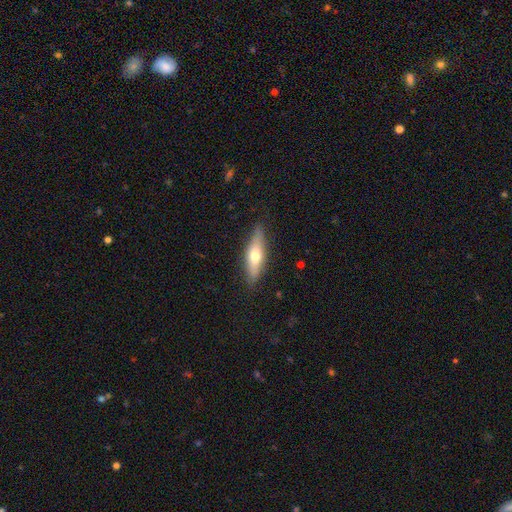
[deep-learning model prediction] Smooth or featured?
  - smooth: 53% *
  - featured or disk: 41%
  - star or artifact: 6%
How rounded?
  - cigar-shaped: 57% *
  - in between: 41%
  - round: 3%
Merging?
  - none: 82% *
  - minor disturbance: 14%
  - major disturbance: 3%
  - merger: 1%